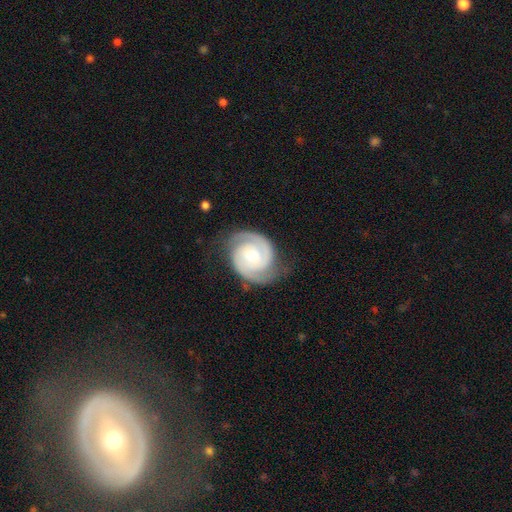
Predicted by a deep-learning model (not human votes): featured or disk 91%, smooth 5%, star or artifact 4%. Down the decision tree: edge-on disk — no (98%); bar — weak (46%); spiral arms — yes (98%); spiral arm count — 2 (92%); spiral winding — tight (64%); bulge size — moderate (59%); merging — none (79%).